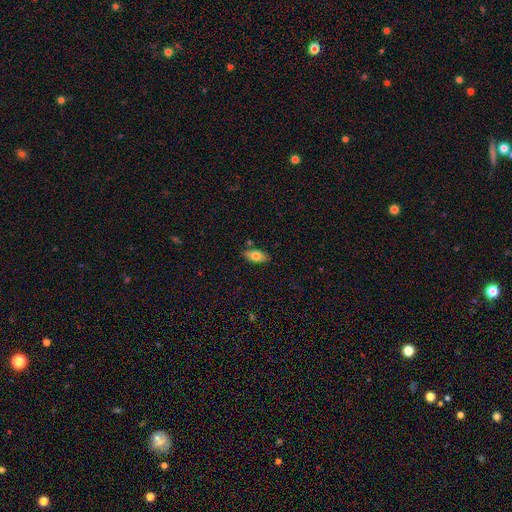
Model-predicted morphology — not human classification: smooth_or_featured: smooth (p=0.78) [alt: featured or disk p=0.15]
how_rounded: in between (p=0.89) [alt: cigar-shaped p=0.09]
merging: none (p=0.82) [alt: minor disturbance p=0.12]